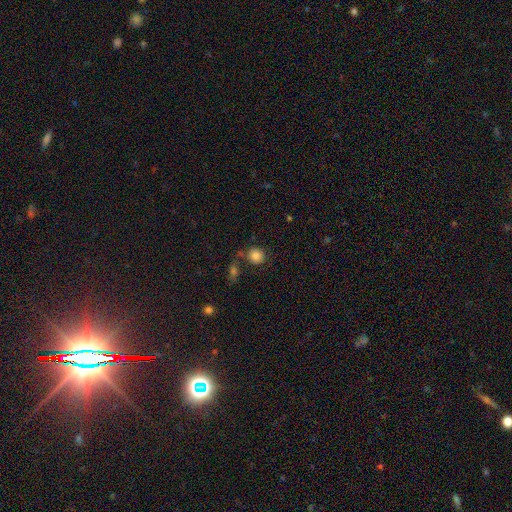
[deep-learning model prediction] smooth_or_featured: smooth (p=0.83) [alt: star or artifact p=0.10]
how_rounded: round (p=0.85) [alt: in between p=0.14]
merging: none (p=0.70) [alt: merger p=0.14]